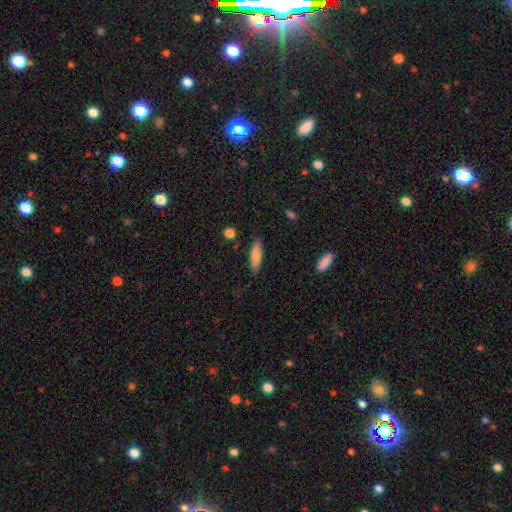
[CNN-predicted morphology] Smooth or featured: smooth — 81% (featured or disk — 13%)
How rounded: cigar-shaped — 62% (in between — 36%)
Merging: none — 85% (minor disturbance — 11%)